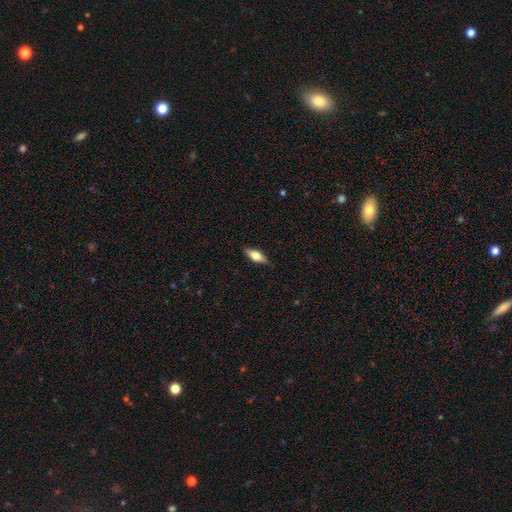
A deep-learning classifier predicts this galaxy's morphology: Overall: smooth (59%; featured or disk 35%). How rounded: in between (66%; cigar-shaped 31%). Merging: none (86%).